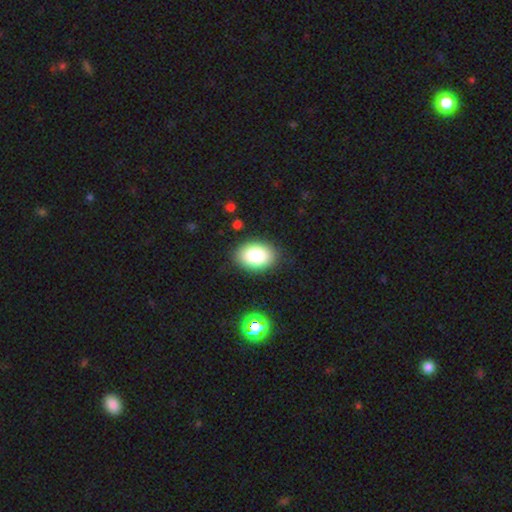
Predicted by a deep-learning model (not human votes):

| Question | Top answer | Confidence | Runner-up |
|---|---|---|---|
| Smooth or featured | smooth | 84% | star or artifact (8%) |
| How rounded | in between | 87% | round (12%) |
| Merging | none | 86% | minor disturbance (10%) |